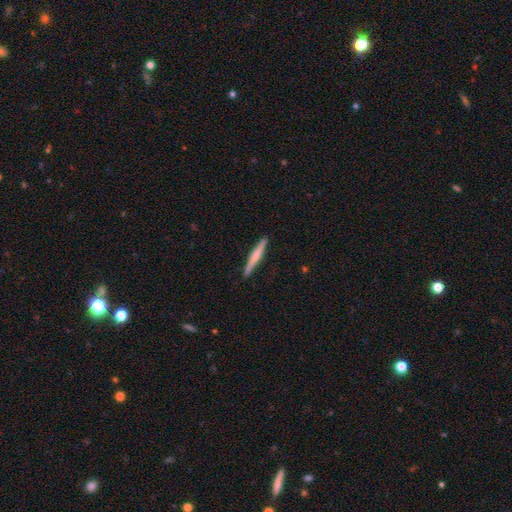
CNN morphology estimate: Overall: smooth (48%; featured or disk 47%). Merging: none (89%).